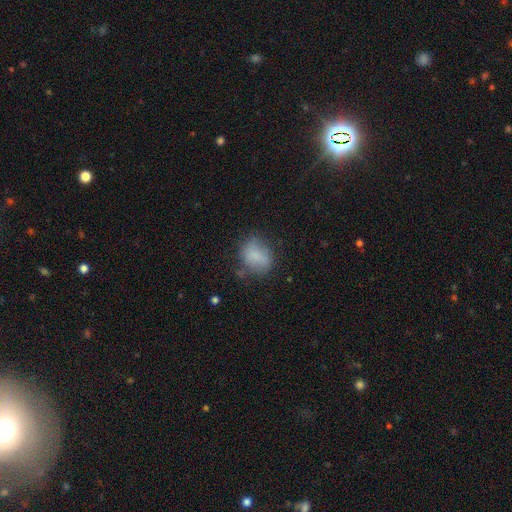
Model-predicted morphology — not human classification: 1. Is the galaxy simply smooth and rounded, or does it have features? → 80% smooth, 11% featured or disk, 9% star or artifact.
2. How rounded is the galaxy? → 57% in between, 42% round, 1% cigar-shaped.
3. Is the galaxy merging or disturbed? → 62% none, 25% minor disturbance, 9% major disturbance, 4% merger.